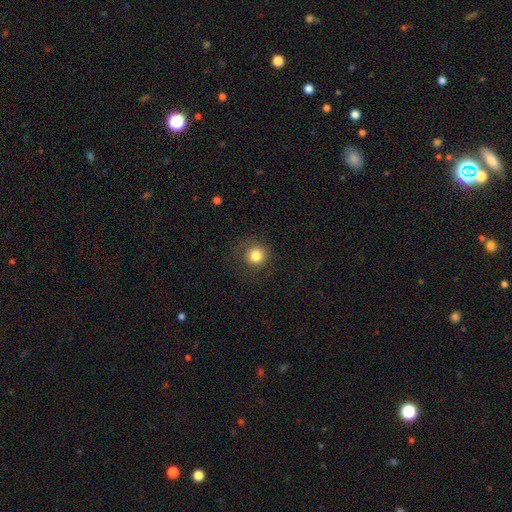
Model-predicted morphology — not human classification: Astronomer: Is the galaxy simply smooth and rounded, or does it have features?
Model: smooth — 82%.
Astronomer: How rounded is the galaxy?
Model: round — 94%.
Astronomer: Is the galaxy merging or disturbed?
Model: none — 83%.